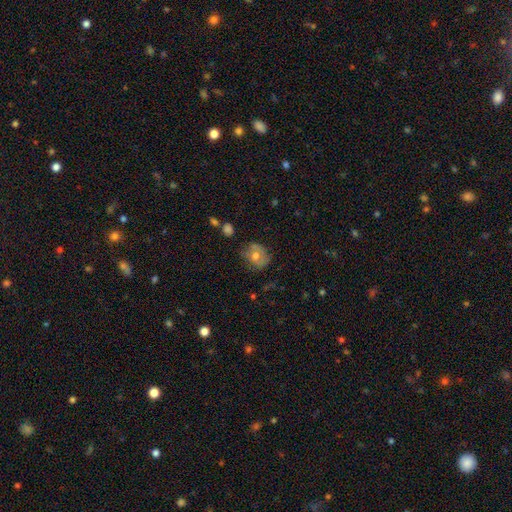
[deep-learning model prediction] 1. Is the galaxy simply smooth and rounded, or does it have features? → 57% smooth, 34% featured or disk, 9% star or artifact.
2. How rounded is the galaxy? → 59% round, 40% in between, 1% cigar-shaped.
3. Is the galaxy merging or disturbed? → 56% none, 29% minor disturbance, 11% major disturbance, 3% merger.